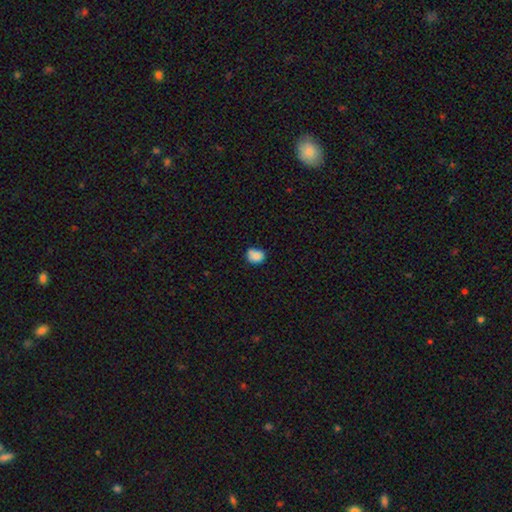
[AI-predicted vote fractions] A smooth galaxy with no disk features (85%) that is round (55%). Merging: none (54%).